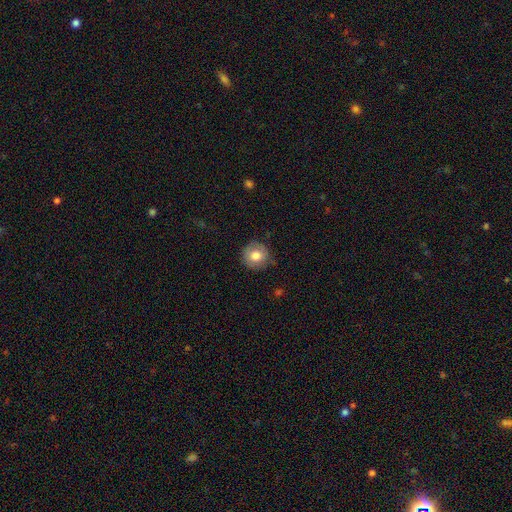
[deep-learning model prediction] Morphology: type=smooth (77%); roundness=round (93%); merging=none (82%).